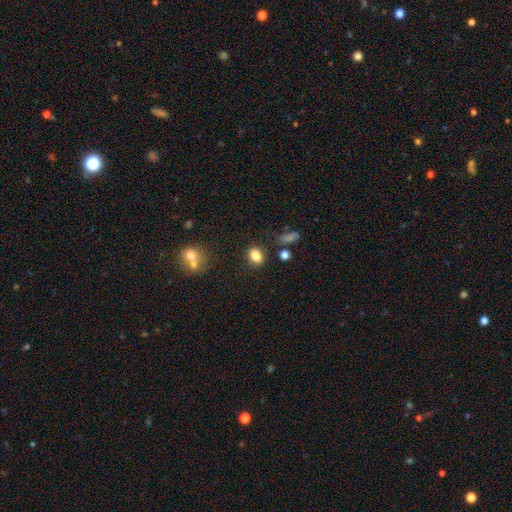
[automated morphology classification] A smooth galaxy with no disk features (82%) that is in between round and cigar-shaped (64%). Merging: none (82%).